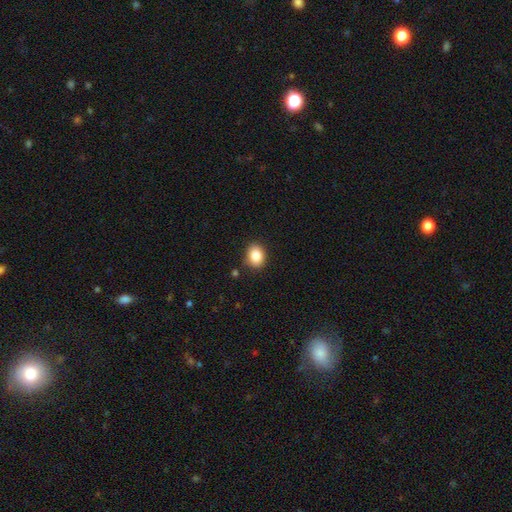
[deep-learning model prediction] Smooth or featured? Predicted: smooth (p=0.86). How rounded? Predicted: in between (p=0.53). Merging? Predicted: none (p=0.87).